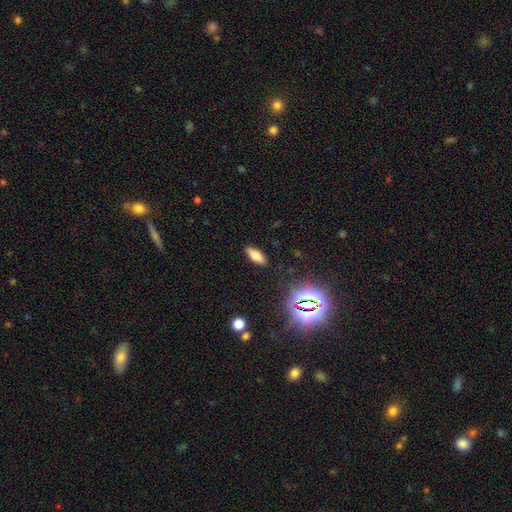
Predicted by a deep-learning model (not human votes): Q: Smooth or featured?
A: smooth (72%); runner-up: featured or disk (15%)
Q: How rounded?
A: in between (74%); runner-up: cigar-shaped (23%)
Q: Merging?
A: none (87%); runner-up: minor disturbance (9%)